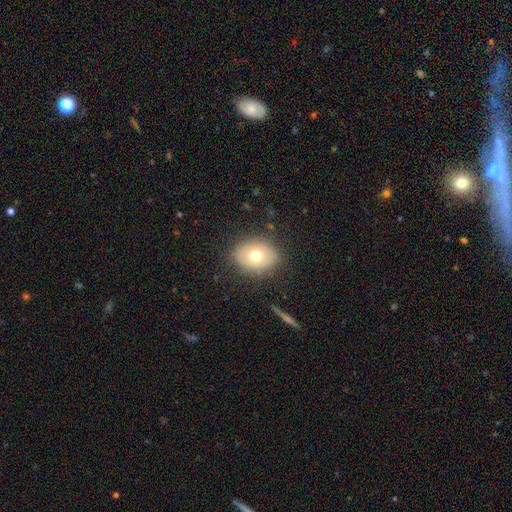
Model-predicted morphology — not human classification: This appears to be a smooth galaxy with no disk features (65%) that is in between round and cigar-shaped (65%). Merging: none (83%).